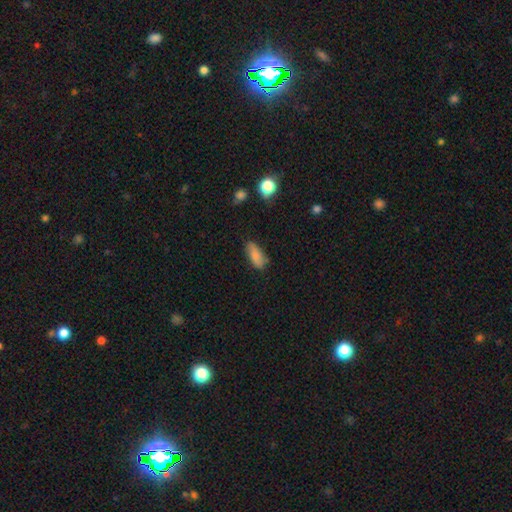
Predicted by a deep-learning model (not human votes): The model was most divided on "merging": none: 73%, minor disturbance: 21%, major disturbance: 4%, merger: 2%. More confident: smooth or featured — smooth (82%); how rounded — in between (81%).